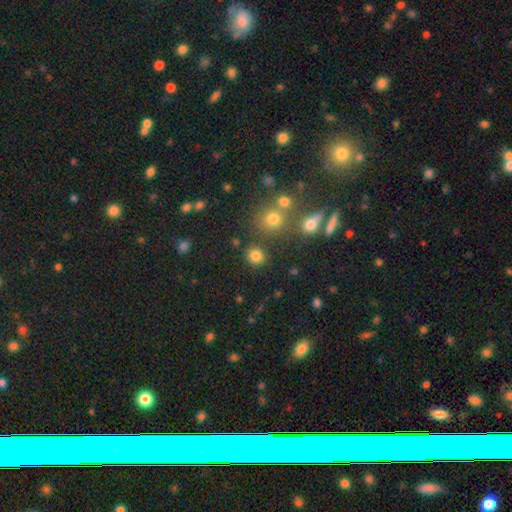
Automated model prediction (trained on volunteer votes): Smooth or featured: smooth — 80% (star or artifact — 14%)
How rounded: round — 79% (in between — 20%)
Merging: none — 83% (minor disturbance — 8%)